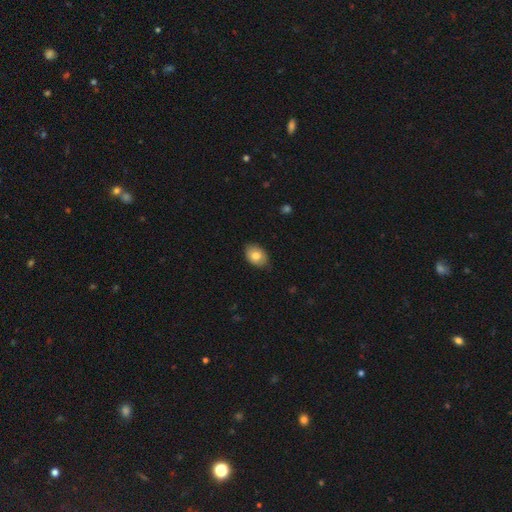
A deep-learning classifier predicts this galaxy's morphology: smooth_or_featured: smooth (p=0.79) [alt: featured or disk p=0.14]
how_rounded: in between (p=0.81) [alt: round p=0.18]
merging: none (p=0.82) [alt: minor disturbance p=0.15]